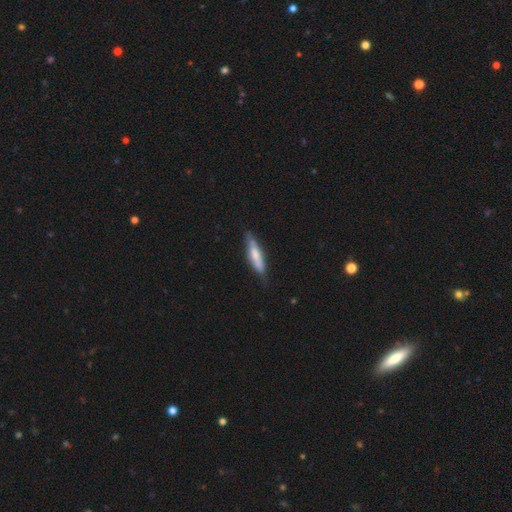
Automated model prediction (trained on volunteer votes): Smooth or featured? Predicted: smooth (p=0.62). How rounded? Predicted: cigar-shaped (p=0.79). Merging? Predicted: none (p=0.71).